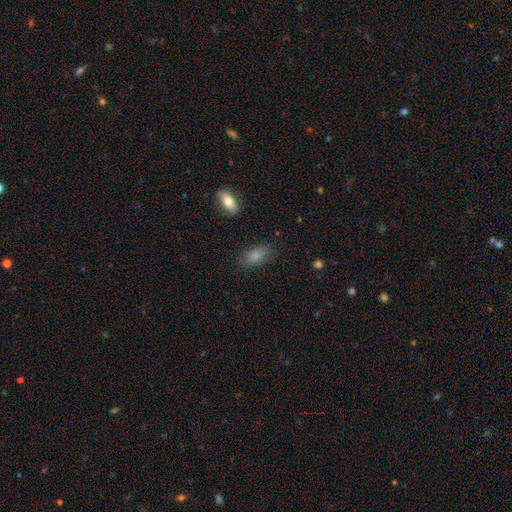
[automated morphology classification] The model was most divided on "merging": none: 81%, minor disturbance: 14%, major disturbance: 4%, merger: 2%. More confident: how rounded — in between (89%); smooth or featured — smooth (84%).